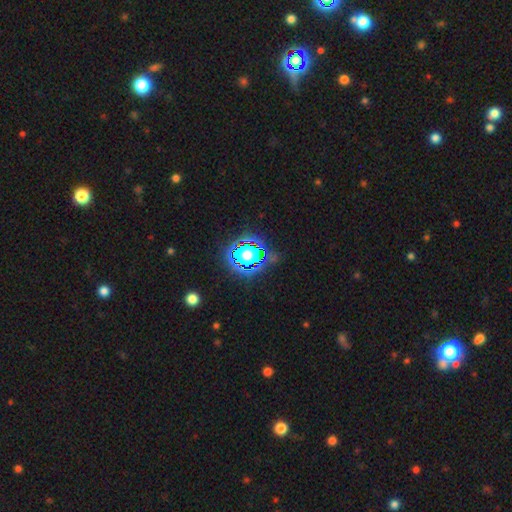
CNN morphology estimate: The model was most divided on "smooth or featured": star or artifact: 79%, smooth: 13%, featured or disk: 8%.